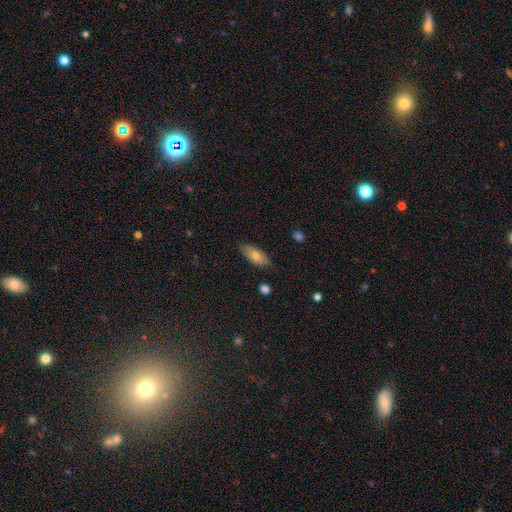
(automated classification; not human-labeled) Q: Smooth or featured?
A: smooth (69%); runner-up: featured or disk (24%)
Q: How rounded?
A: in between (86%); runner-up: cigar-shaped (11%)
Q: Merging?
A: none (78%); runner-up: minor disturbance (17%)